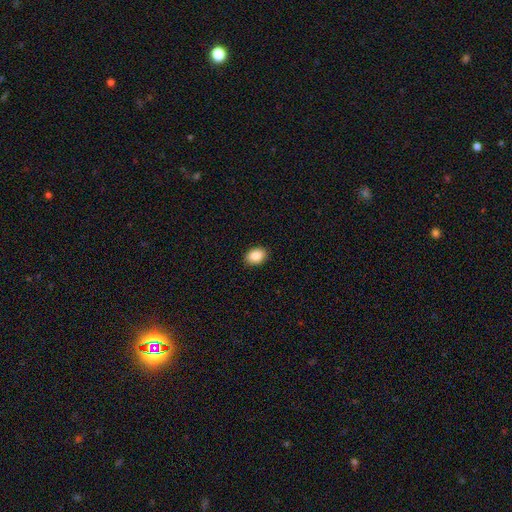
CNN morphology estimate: Smooth or featured: smooth — 88% (star or artifact — 8%)
How rounded: in between — 75% (round — 24%)
Merging: none — 91% (minor disturbance — 6%)